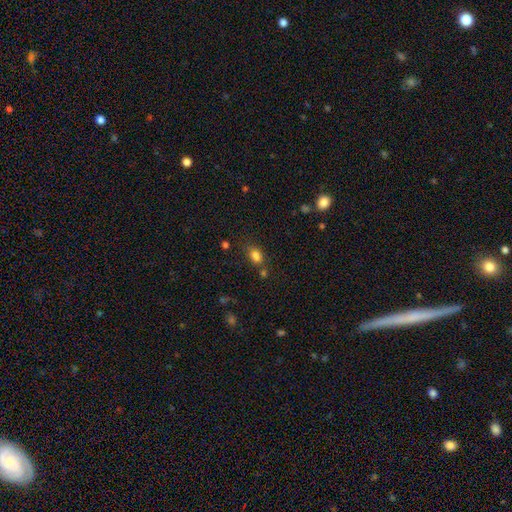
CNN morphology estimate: smooth 81%, star or artifact 12%, featured or disk 7%. Down the decision tree: how rounded — in between (75%); merging — none (64%).